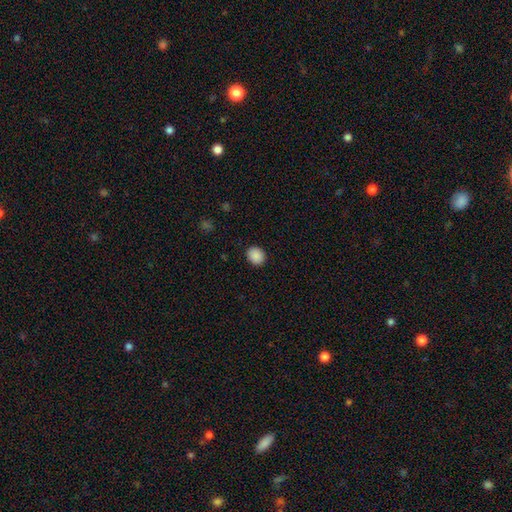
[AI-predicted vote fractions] Morphology: type=smooth (89%); roundness=round (69%); merging=none (89%).